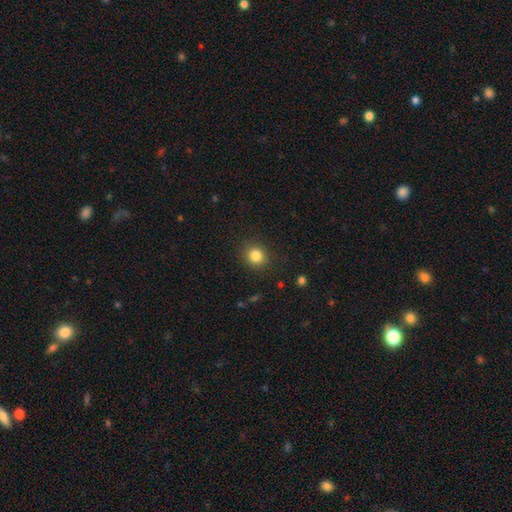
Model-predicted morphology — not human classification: A smooth galaxy with no disk features (83%) that is round (84%). Merging: none (88%).